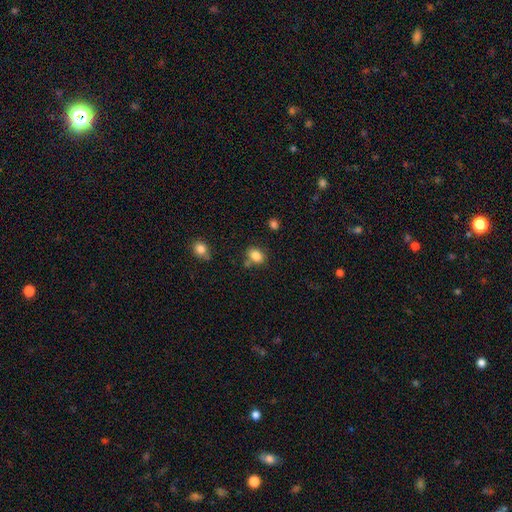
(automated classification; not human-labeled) This is clearly a smooth galaxy (85%). How rounded: likely in between (66%). Merging: likely none (69%).